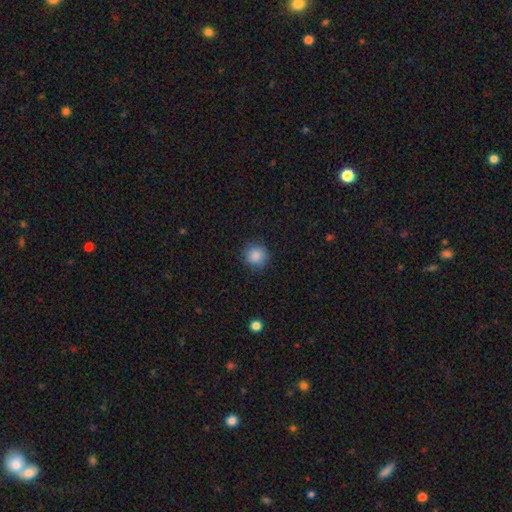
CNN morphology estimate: Smooth or featured? smooth (87%)
How rounded? round (92%)
Merging? none (88%)